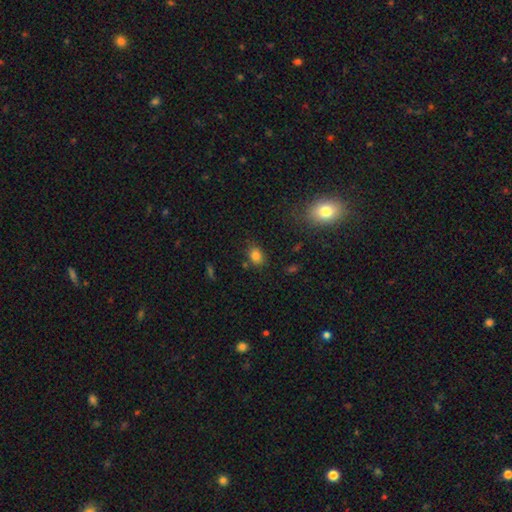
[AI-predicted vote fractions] A smooth galaxy with no disk features (80%) that is in between round and cigar-shaped (65%).

Vote fractions:
- Smooth or featured? smooth: 80% / star or artifact: 13% / featured or disk: 7%
- How rounded? in between: 65% / round: 34% / cigar-shaped: 1%
- Merging? none: 76% / minor disturbance: 15% / merger: 5% / major disturbance: 4%